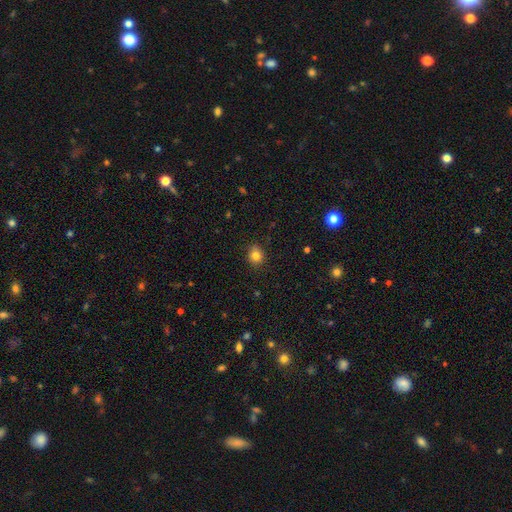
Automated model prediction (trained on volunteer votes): This is clearly a smooth galaxy (81%). How rounded: likely round (79%). Merging: clearly none (84%).